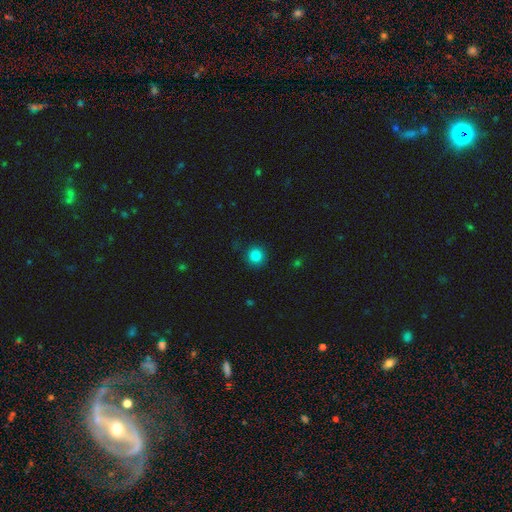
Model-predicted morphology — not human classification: Smooth or featured: smooth — 83% (star or artifact — 12%)
How rounded: round — 93% (in between — 6%)
Merging: none — 89% (minor disturbance — 8%)